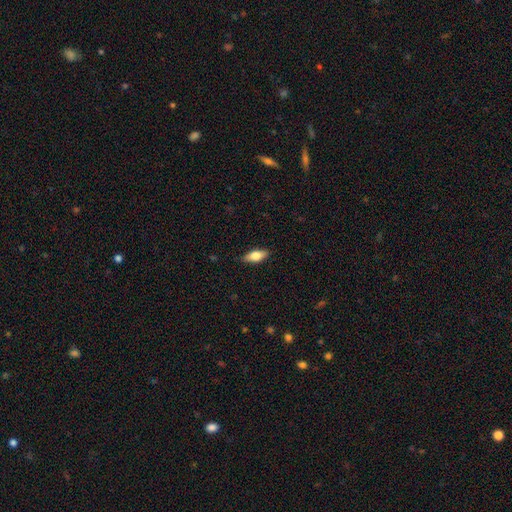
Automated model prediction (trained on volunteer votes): Smooth or featured? smooth (70%)
How rounded? in between (77%)
Merging? none (87%)